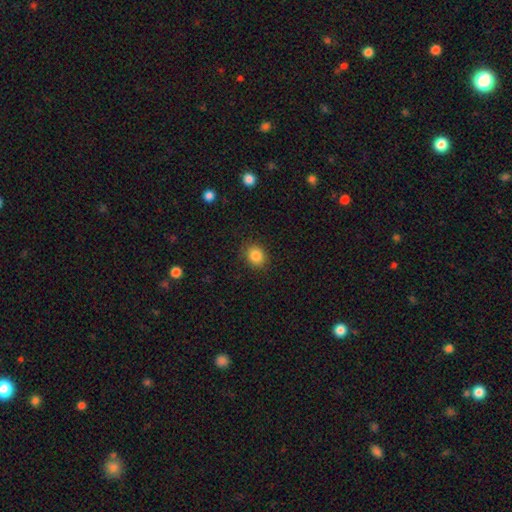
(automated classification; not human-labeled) This is clearly a smooth galaxy (85%). How rounded: likely round (74%). Merging: clearly none (88%).